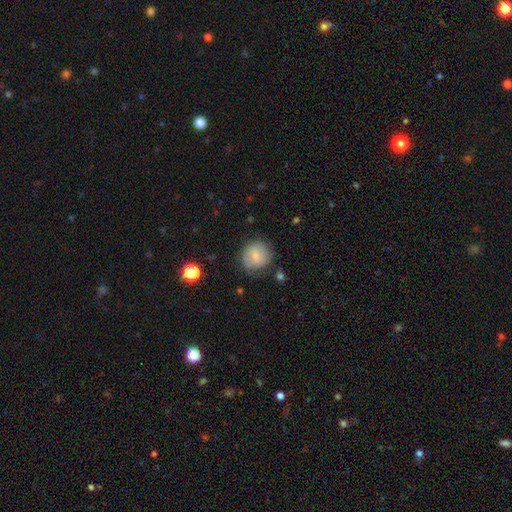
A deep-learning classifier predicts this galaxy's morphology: Smooth or featured? Predicted: smooth (p=0.70). How rounded? Predicted: round (p=0.82). Merging? Predicted: none (p=0.73).